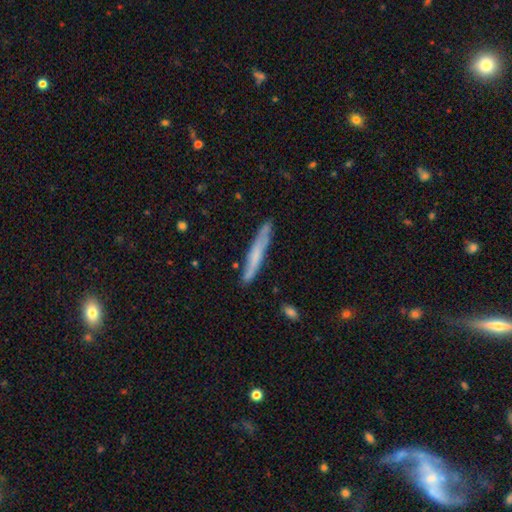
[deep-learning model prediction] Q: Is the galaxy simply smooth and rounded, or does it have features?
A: smooth — 52%.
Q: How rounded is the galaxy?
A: cigar-shaped — 95%.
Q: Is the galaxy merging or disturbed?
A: none — 83%.